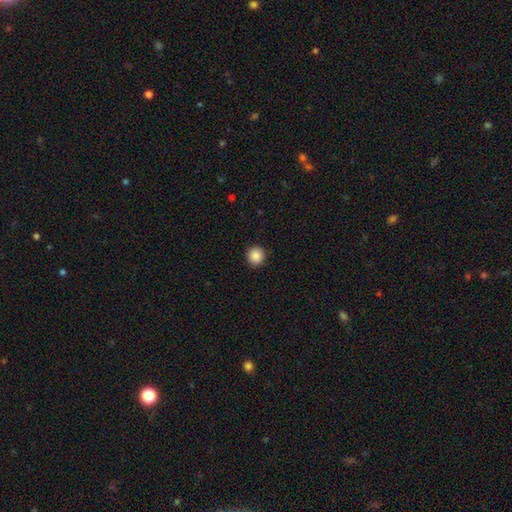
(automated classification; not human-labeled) The model was most divided on "smooth or featured": smooth: 88%, star or artifact: 9%, featured or disk: 3%. More confident: how rounded — round (93%); merging — none (92%).